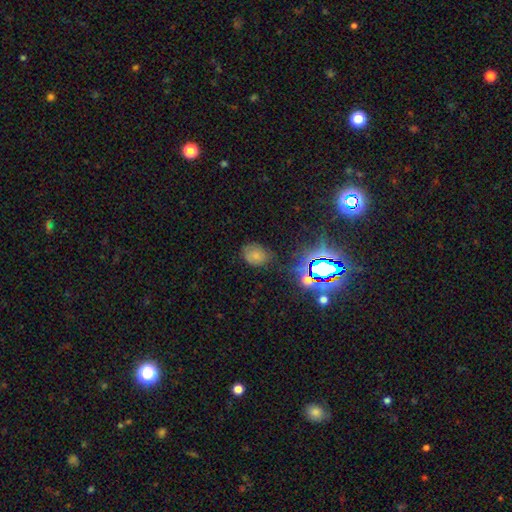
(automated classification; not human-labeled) A smooth galaxy with no disk features (64%) that is in between round and cigar-shaped (65%). Merging: none (68%).